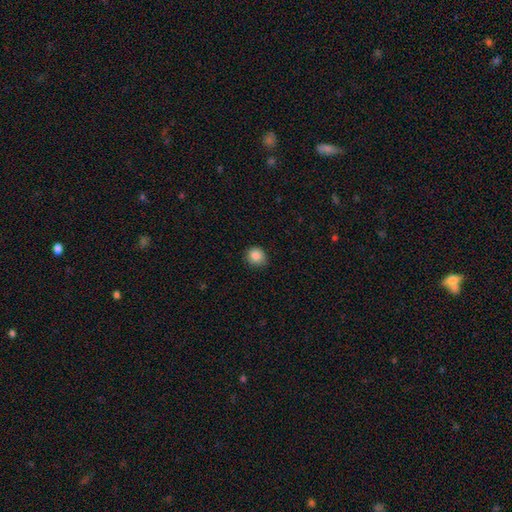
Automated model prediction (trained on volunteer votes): A smooth galaxy with no disk features (87%) that is round (83%).

Vote fractions:
- Smooth or featured? smooth: 87% / star or artifact: 10% / featured or disk: 4%
- How rounded? round: 83% / in between: 16% / cigar-shaped: 1%
- Merging? none: 82% / minor disturbance: 14% / major disturbance: 2% / merger: 1%